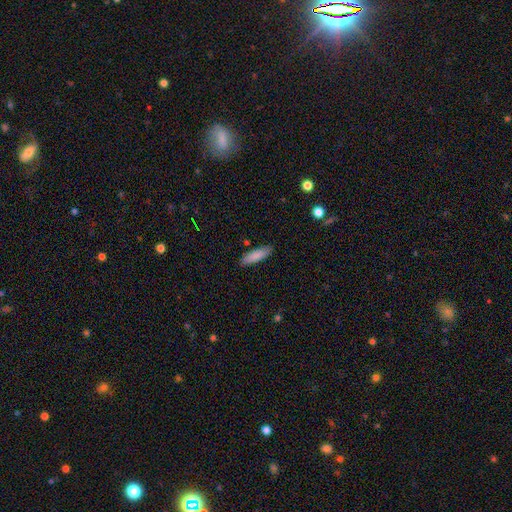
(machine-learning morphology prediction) Smooth or featured: smooth — 85% (featured or disk — 9%)
How rounded: cigar-shaped — 62% (in between — 37%)
Merging: none — 86% (minor disturbance — 10%)